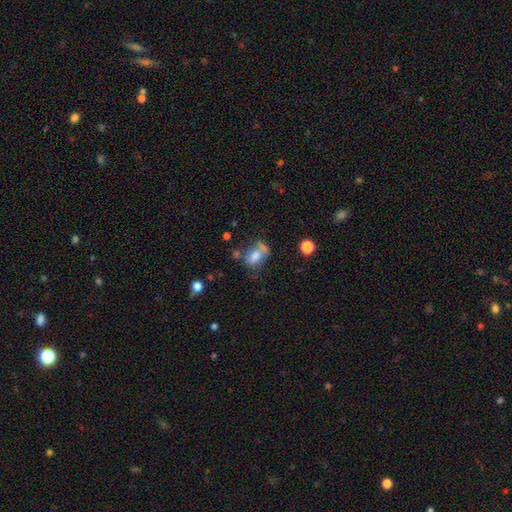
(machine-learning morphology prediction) smooth-or-featured: smooth: 67% | featured or disk: 22% | star or artifact: 11%
  how-rounded: in between: 76% | round: 22% | cigar-shaped: 2%
  merging: none: 37% | merger: 23% | minor disturbance: 22% | major disturbance: 17%